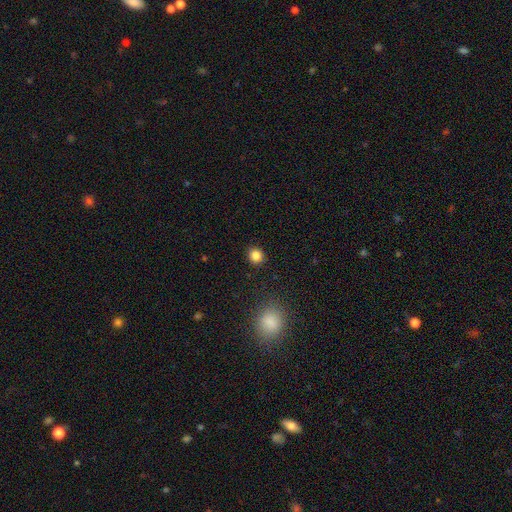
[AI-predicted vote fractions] Overall: smooth (85%). How rounded: round (87%). Merging: none (90%).